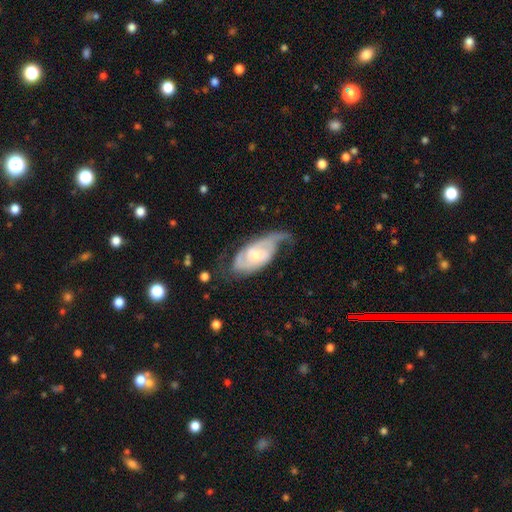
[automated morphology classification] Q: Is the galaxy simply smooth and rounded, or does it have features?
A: featured or disk — 80%.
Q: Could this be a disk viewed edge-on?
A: no — 95%.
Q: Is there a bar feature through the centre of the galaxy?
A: no — 58%.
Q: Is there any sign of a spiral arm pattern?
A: yes — 93%.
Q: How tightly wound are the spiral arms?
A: medium — 41%.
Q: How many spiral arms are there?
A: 2 — 65%.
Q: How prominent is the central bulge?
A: small — 52%.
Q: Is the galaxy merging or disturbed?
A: none — 44%.